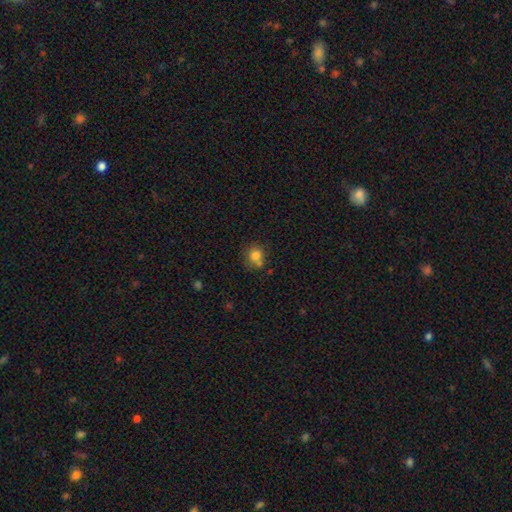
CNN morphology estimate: smooth_or_featured: smooth (p=0.79) [alt: star or artifact p=0.12]
how_rounded: round (p=0.77) [alt: in between p=0.22]
merging: none (p=0.59) [alt: merger p=0.22]